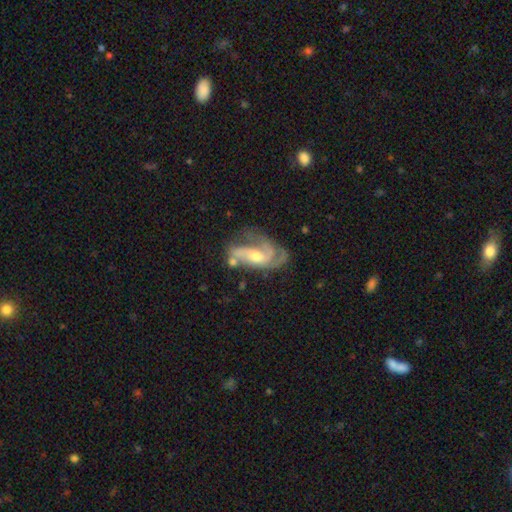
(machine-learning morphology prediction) type=featured or disk (83%); edge-on=no (95%); bar=no (51%); spiral arms=yes (94%); winding=medium (47%); arm count=3 (35%); bulge=moderate (57%); merging=none (47%).